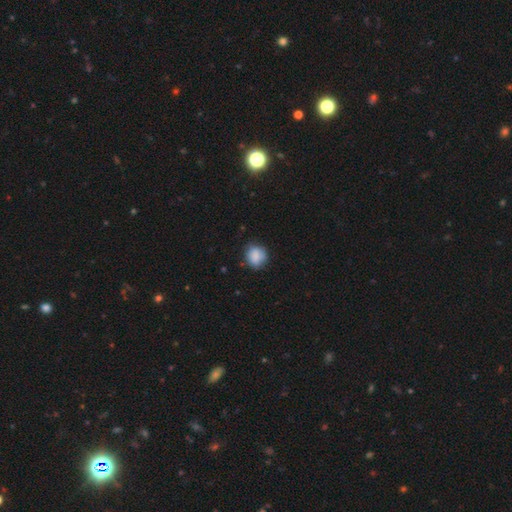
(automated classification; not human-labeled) Overall: smooth (83%). How rounded: round (74%). Merging: none (70%).